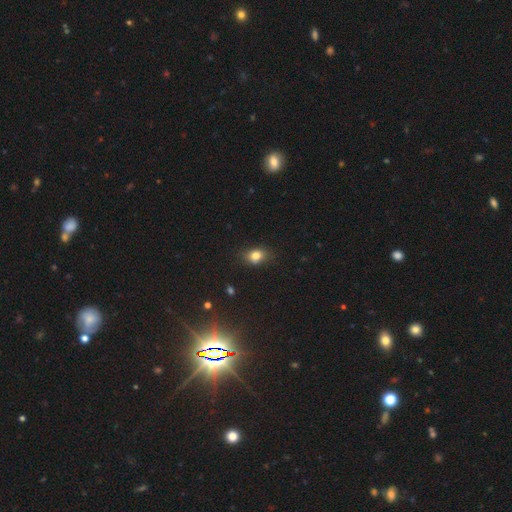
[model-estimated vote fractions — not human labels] Morphology: type=smooth (79%); roundness=in between (60%); merging=none (76%).